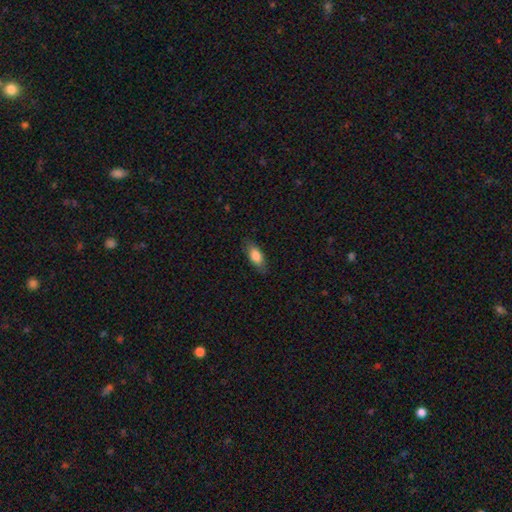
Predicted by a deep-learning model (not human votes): The model was most divided on "how rounded": in between: 81%, cigar-shaped: 16%, round: 3%. More confident: merging — none (84%); smooth or featured — smooth (81%).